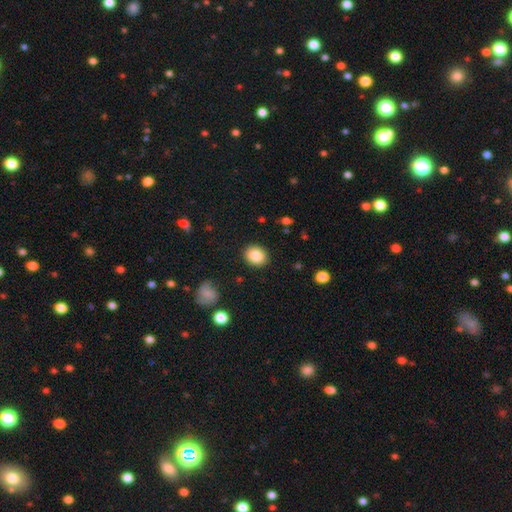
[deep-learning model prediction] smooth-or-featured: smooth: 85% | star or artifact: 8% | featured or disk: 6%
  how-rounded: round: 66% | in between: 33% | cigar-shaped: 1%
  merging: none: 89% | minor disturbance: 7% | major disturbance: 2% | merger: 1%